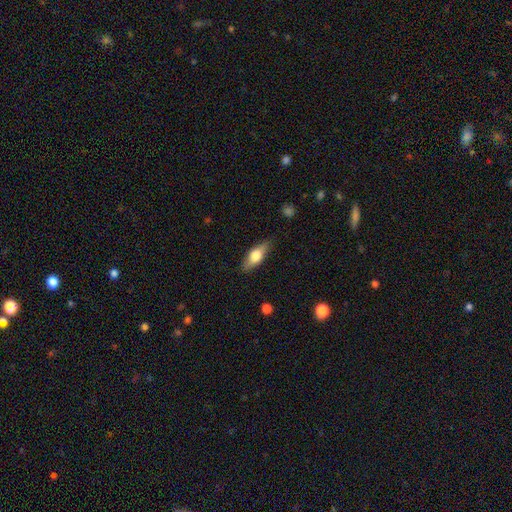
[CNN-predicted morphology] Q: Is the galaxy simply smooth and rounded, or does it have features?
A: smooth — 60%.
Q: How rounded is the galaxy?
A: in between — 68%.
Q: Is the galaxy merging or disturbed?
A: none — 84%.